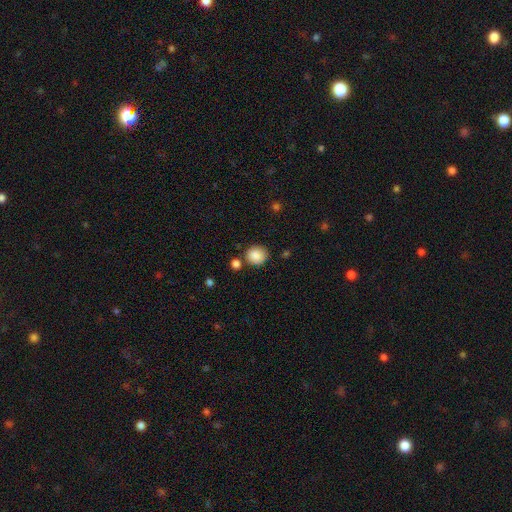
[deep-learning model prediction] Morphology: type=smooth (87%); roundness=round (81%); merging=none (78%).